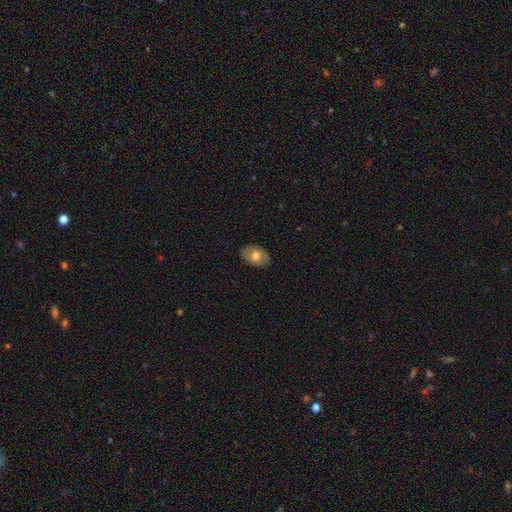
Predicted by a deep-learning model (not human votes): A smooth galaxy with no disk features (64%) that is in between round and cigar-shaped (83%). Merging: none (84%).